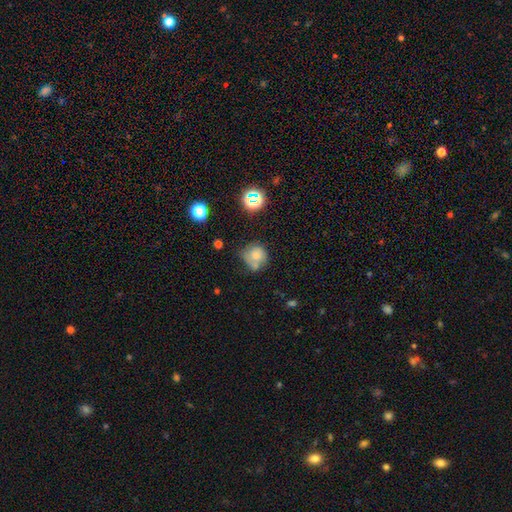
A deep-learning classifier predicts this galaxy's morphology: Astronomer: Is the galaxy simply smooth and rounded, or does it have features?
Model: smooth — 69%.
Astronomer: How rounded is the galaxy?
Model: round — 82%.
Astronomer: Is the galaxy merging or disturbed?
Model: none — 43% (runner-up: merger, 25%).